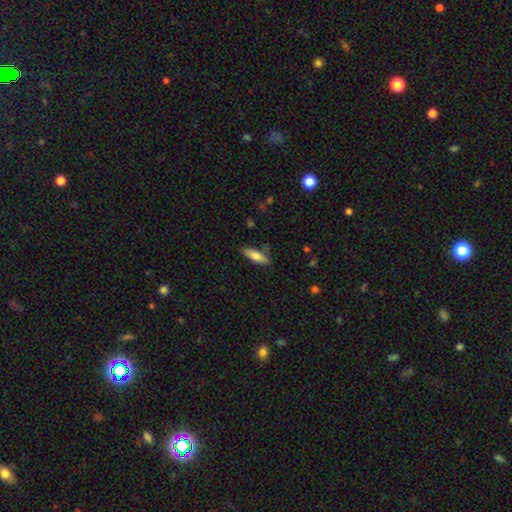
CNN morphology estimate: smooth_or_featured: smooth (p=0.75) [alt: featured or disk p=0.19]
how_rounded: in between (p=0.58) [alt: cigar-shaped p=0.40]
merging: none (p=0.80) [alt: minor disturbance p=0.14]